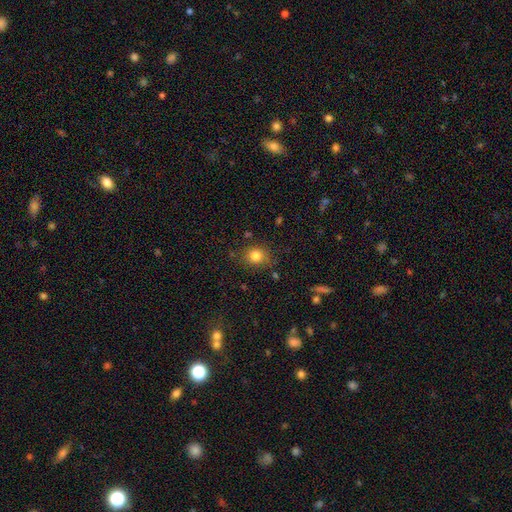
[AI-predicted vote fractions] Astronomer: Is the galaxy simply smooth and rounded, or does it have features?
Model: smooth — 82%.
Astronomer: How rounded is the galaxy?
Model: round — 77%.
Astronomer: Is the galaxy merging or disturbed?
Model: none — 81%.